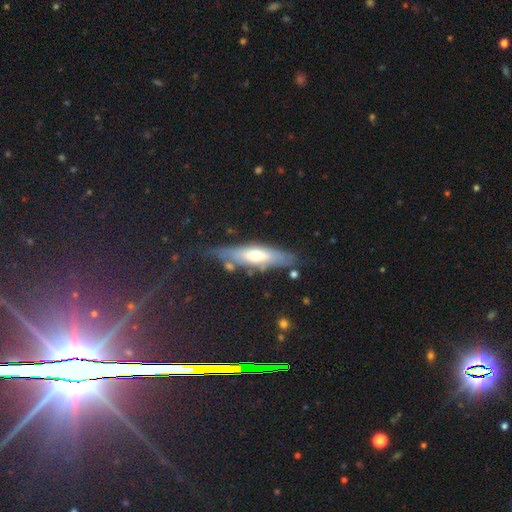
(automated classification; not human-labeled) Smooth or featured: featured or disk — 52% (smooth — 41%)
Edge-on disk: yes — 59% (no — 41%)
Merging: none — 67% (minor disturbance — 22%)